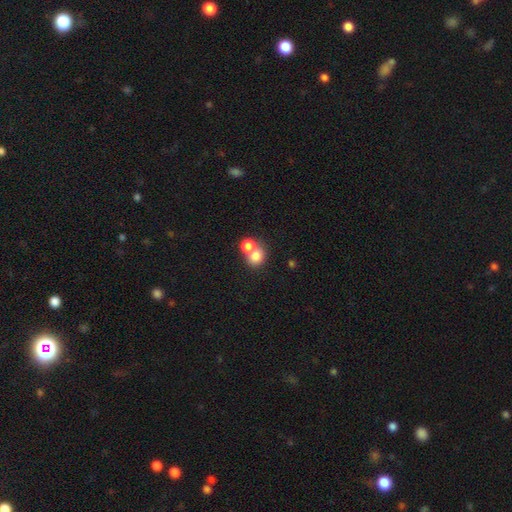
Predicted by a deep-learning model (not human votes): Smooth or featured? Predicted: smooth (p=0.77). How rounded? Predicted: round (p=0.73). Merging? Predicted: merger (p=0.54).